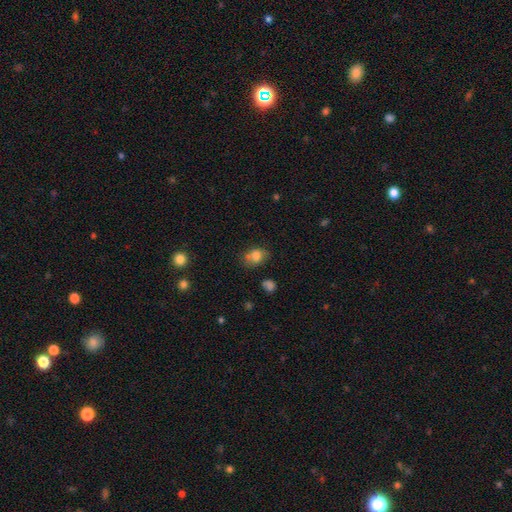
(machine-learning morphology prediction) The model was most divided on "merging": none: 50%, minor disturbance: 24%, merger: 16%, major disturbance: 10%. More confident: smooth or featured — smooth (76%); how rounded — in between (65%).